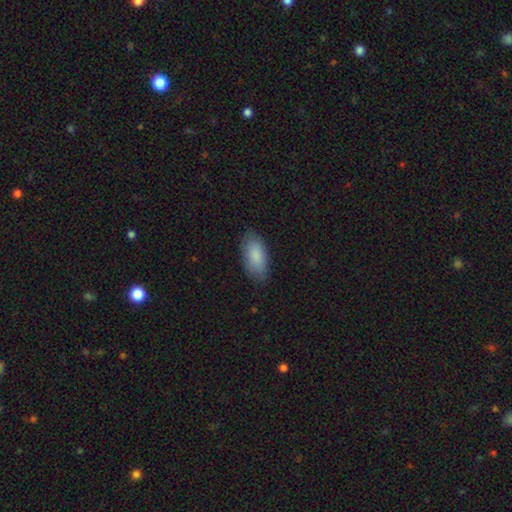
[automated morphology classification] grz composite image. It shows a smooth galaxy with no disk features (88%) that is in between round and cigar-shaped (92%). Merging: none (84%).